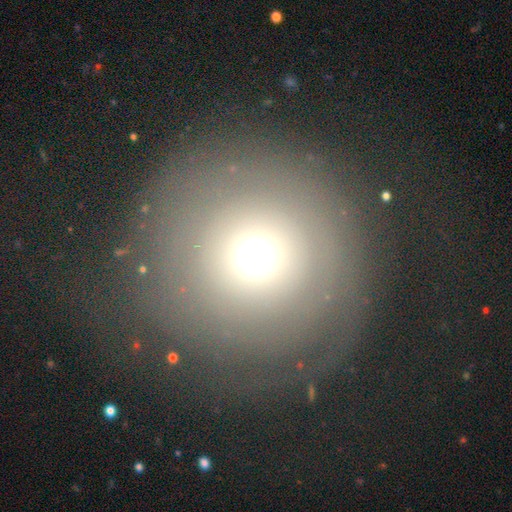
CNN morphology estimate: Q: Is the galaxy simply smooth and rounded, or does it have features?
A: smooth — 62%.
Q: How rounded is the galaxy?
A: round — 95%.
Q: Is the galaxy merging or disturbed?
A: none — 76%.